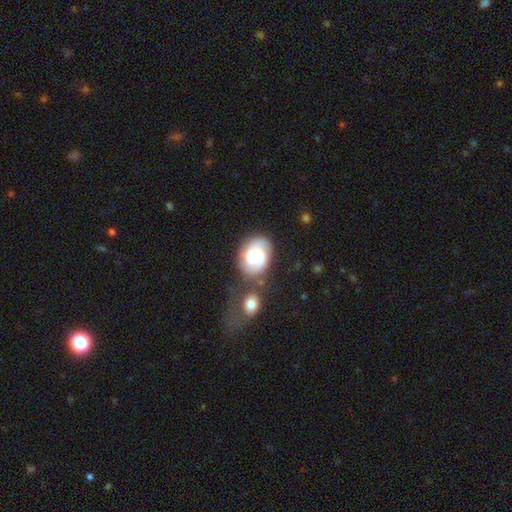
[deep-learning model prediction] This appears to be a featured or disk galaxy (51%). Merging: none (62%).